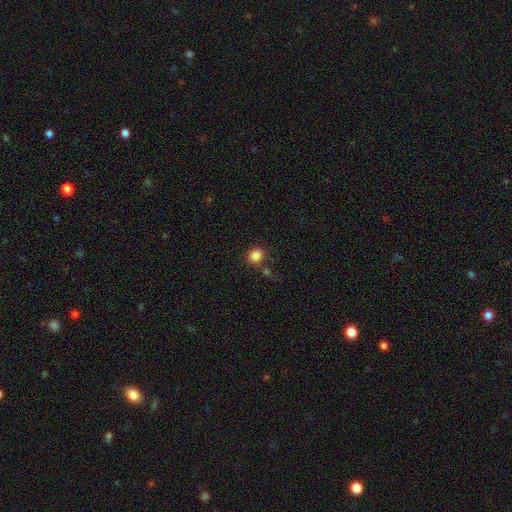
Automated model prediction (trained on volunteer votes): smooth-or-featured: smooth: 84% | star or artifact: 11% | featured or disk: 4%
  how-rounded: round: 86% | in between: 13% | cigar-shaped: 1%
  merging: none: 75% | minor disturbance: 11% | merger: 10% | major disturbance: 4%